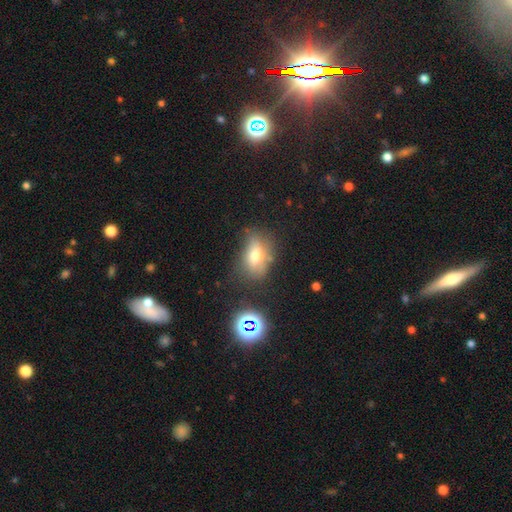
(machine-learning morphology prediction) This is likely a smooth galaxy (61%). How rounded: clearly in between (81%). Merging: possibly none (59%).